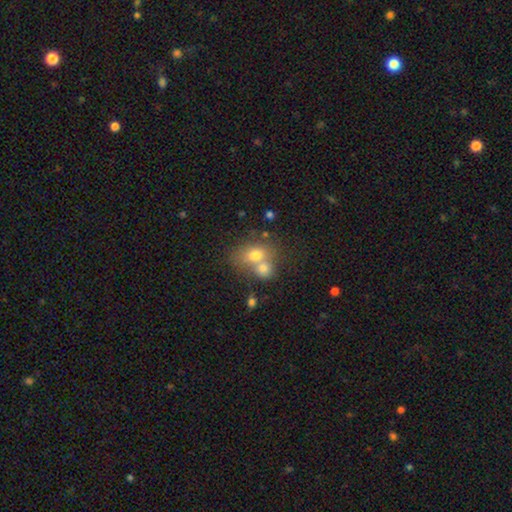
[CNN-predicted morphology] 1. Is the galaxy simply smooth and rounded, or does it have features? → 71% smooth, 18% featured or disk, 11% star or artifact.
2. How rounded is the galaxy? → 52% in between, 47% round, 1% cigar-shaped.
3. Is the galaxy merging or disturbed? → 58% merger, 30% none, 8% minor disturbance, 4% major disturbance.